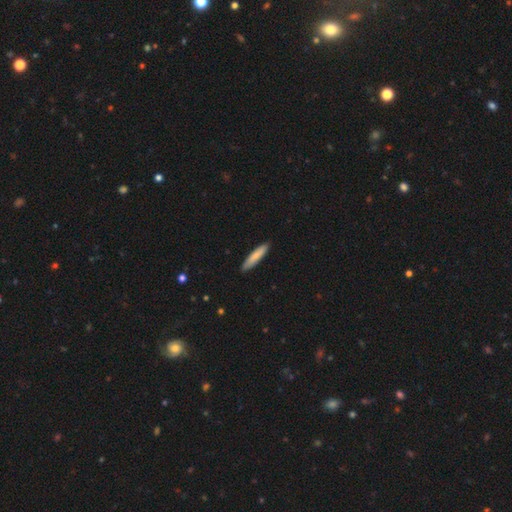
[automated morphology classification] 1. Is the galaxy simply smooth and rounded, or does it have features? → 81% smooth, 14% featured or disk, 5% star or artifact.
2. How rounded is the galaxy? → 87% cigar-shaped, 11% in between, 1% round.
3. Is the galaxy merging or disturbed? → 90% none, 8% minor disturbance, 1% major disturbance, 1% merger.